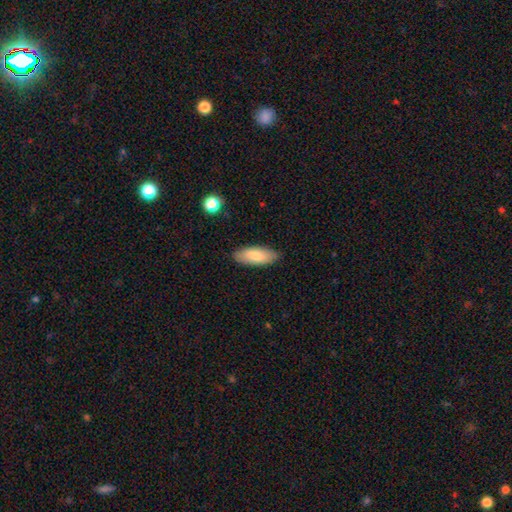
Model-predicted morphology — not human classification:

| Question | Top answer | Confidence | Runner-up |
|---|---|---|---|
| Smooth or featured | smooth | 83% | featured or disk (11%) |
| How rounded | in between | 81% | cigar-shaped (18%) |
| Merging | none | 87% | minor disturbance (10%) |